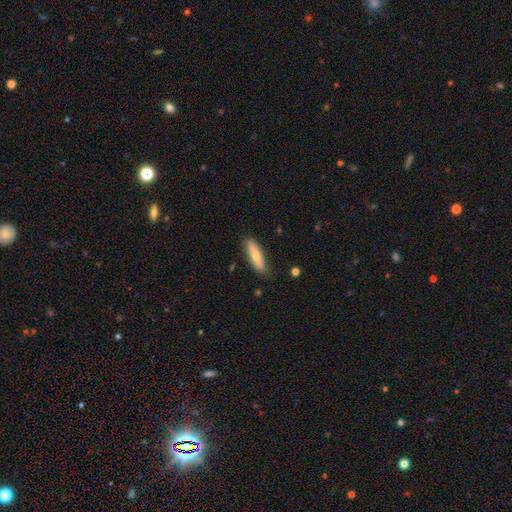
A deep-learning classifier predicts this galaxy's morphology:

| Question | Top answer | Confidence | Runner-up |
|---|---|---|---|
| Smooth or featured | smooth | 70% | featured or disk (24%) |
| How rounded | cigar-shaped | 57% | in between (41%) |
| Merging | none | 82% | minor disturbance (14%) |